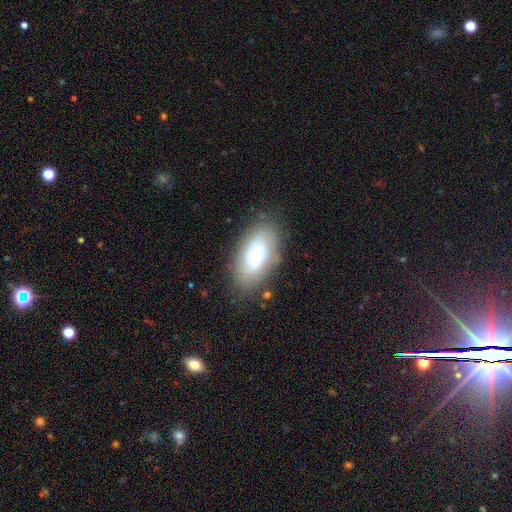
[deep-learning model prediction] Smooth or featured?
  - smooth: 47% *
  - featured or disk: 45%
  - star or artifact: 9%
Merging?
  - none: 78% *
  - minor disturbance: 15%
  - major disturbance: 5%
  - merger: 2%